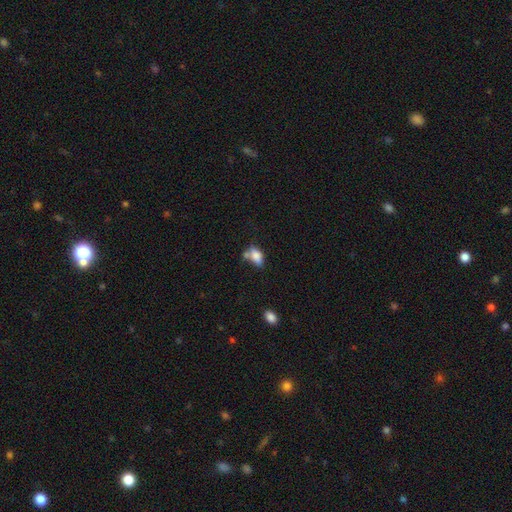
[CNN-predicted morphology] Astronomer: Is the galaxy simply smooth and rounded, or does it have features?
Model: smooth — 76%.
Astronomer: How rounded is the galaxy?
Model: in between — 87%.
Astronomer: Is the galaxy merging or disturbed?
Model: none — 39% (runner-up: merger, 30%).